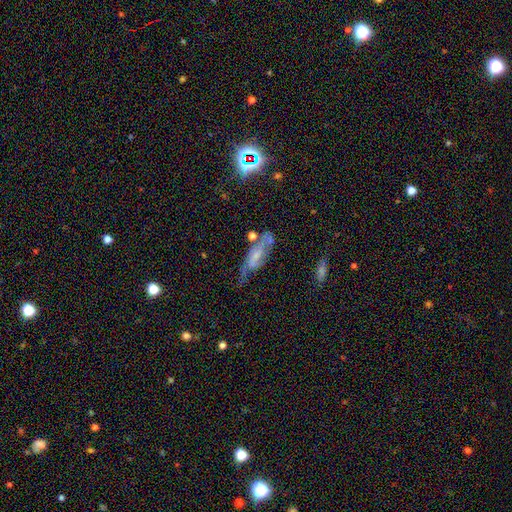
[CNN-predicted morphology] smooth-or-featured: featured or disk: 61% | smooth: 27% | star or artifact: 12%
  disk-edge-on: no: 79% | yes: 21%
  merging: none: 40% | minor disturbance: 29% | major disturbance: 22% | merger: 9%